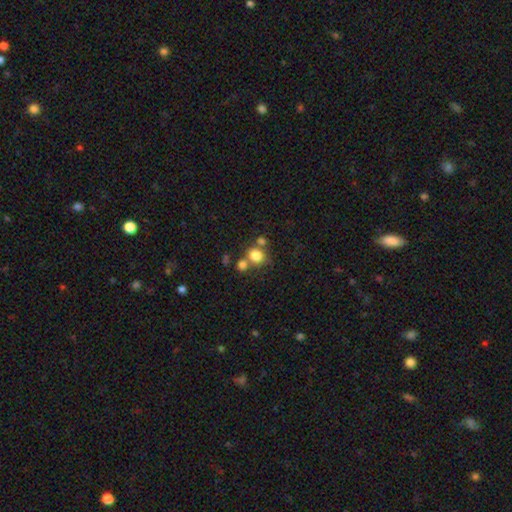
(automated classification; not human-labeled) The model was most divided on "merging": none: 54%, merger: 30%, minor disturbance: 11%, major disturbance: 5%. More confident: smooth or featured — smooth (80%); how rounded — round (74%).